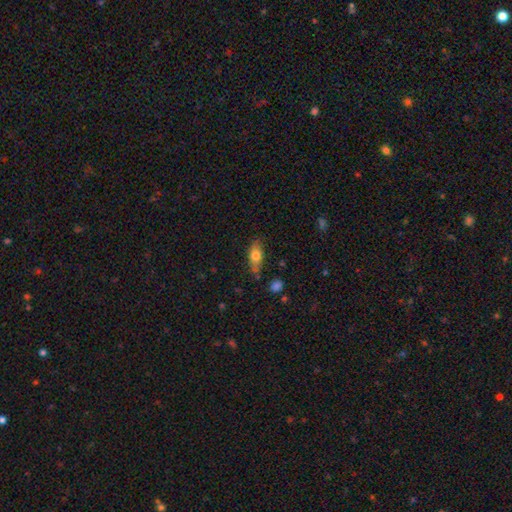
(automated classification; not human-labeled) A smooth galaxy with no disk features (71%) that is in between round and cigar-shaped (75%). Merging: none (76%).